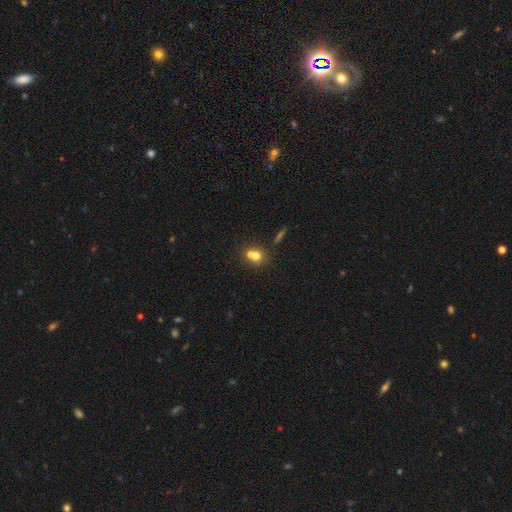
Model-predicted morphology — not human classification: smooth_or_featured: smooth (p=0.67) [alt: featured or disk p=0.19]
how_rounded: round (p=0.75) [alt: in between p=0.23]
merging: merger (p=0.54) [alt: none p=0.36]